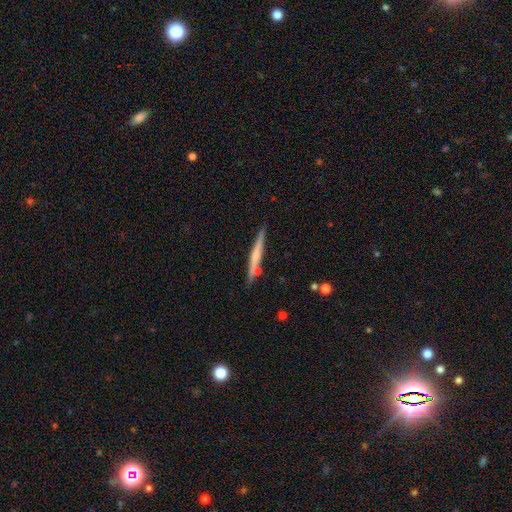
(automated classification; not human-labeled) featured or disk 48%, smooth 46%, star or artifact 6%. Down the decision tree: merging — none (80%).